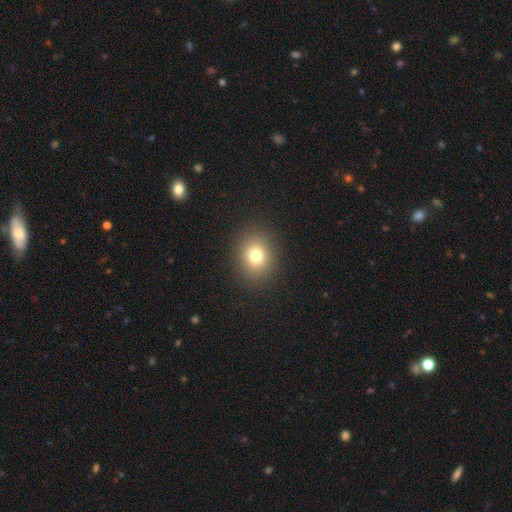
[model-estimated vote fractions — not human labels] Smooth or featured?
  - smooth: 78% *
  - star or artifact: 13%
  - featured or disk: 9%
How rounded?
  - round: 62% *
  - in between: 37%
  - cigar-shaped: 1%
Merging?
  - none: 89% *
  - minor disturbance: 7%
  - major disturbance: 3%
  - merger: 1%